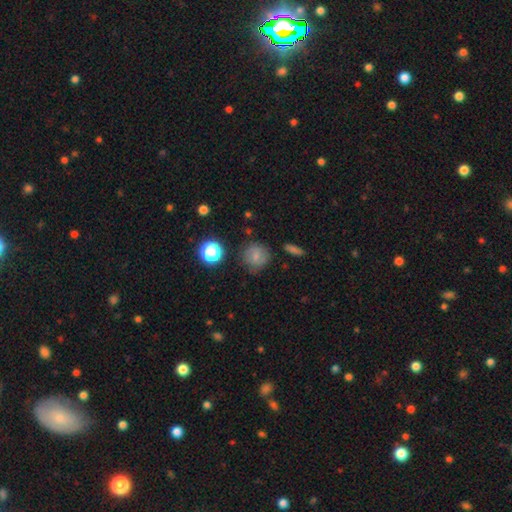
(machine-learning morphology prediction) A smooth galaxy with no disk features (68%) that is round (88%). Merging: none (76%).